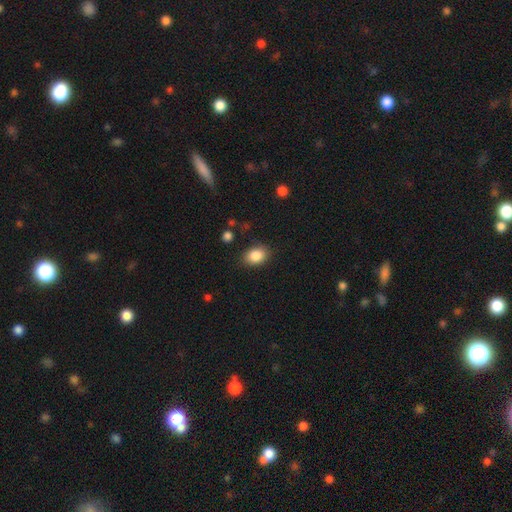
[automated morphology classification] Q: Smooth or featured?
A: smooth (86%); runner-up: star or artifact (8%)
Q: How rounded?
A: in between (74%); runner-up: round (25%)
Q: Merging?
A: none (82%); runner-up: minor disturbance (13%)